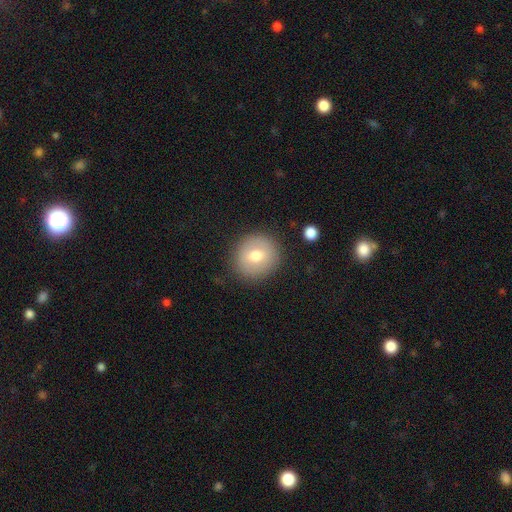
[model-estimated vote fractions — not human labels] Smooth or featured? Predicted: smooth (p=0.71). How rounded? Predicted: round (p=0.90). Merging? Predicted: none (p=0.87).